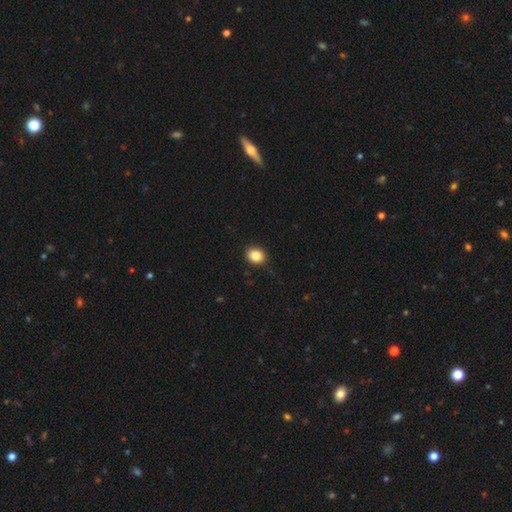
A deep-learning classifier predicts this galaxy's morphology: Q: Smooth or featured?
A: smooth (87%); runner-up: star or artifact (9%)
Q: How rounded?
A: round (68%); runner-up: in between (31%)
Q: Merging?
A: none (90%); runner-up: minor disturbance (8%)